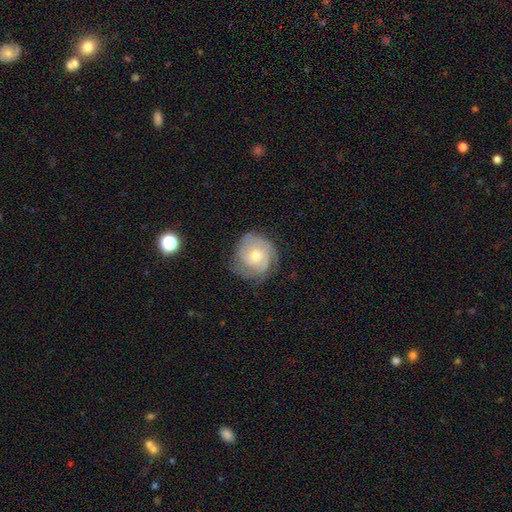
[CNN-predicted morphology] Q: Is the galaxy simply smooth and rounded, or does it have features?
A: featured or disk — 73%.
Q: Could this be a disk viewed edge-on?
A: no — 98%.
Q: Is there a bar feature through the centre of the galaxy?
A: no — 75%.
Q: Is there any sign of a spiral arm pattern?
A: yes — 93%.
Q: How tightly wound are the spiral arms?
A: tight — 64%.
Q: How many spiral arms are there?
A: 2 — 30%.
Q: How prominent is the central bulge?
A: moderate — 63%.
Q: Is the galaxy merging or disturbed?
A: none — 69%.